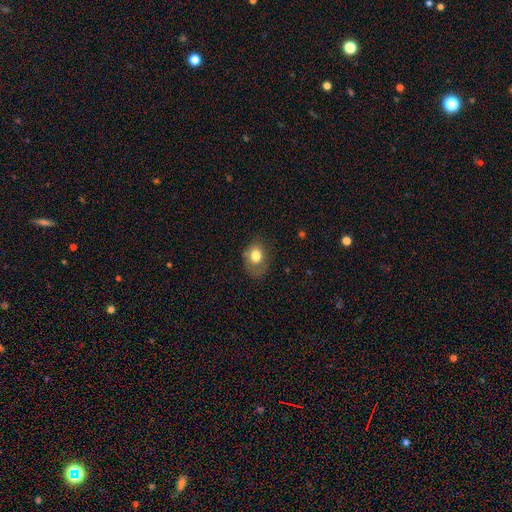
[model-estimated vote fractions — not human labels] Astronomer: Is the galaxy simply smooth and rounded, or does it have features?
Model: smooth — 76%.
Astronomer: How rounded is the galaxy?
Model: in between — 61% (runner-up: round, 38%).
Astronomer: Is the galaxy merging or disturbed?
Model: none — 56%.